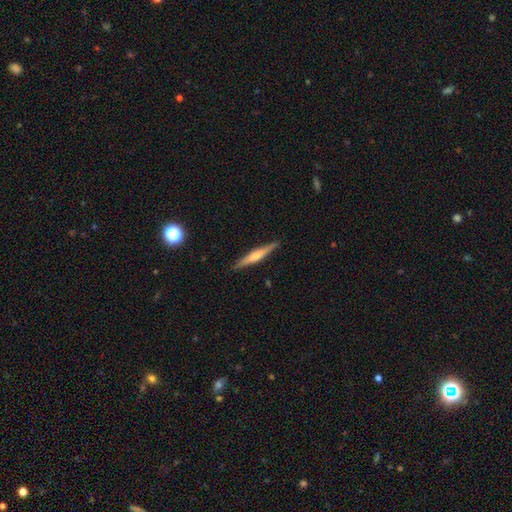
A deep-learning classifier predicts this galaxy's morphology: This appears to be a featured or disk galaxy (54%) viewed edge-on (97%) with a rounded central bulge (61%). Merging: none (90%).